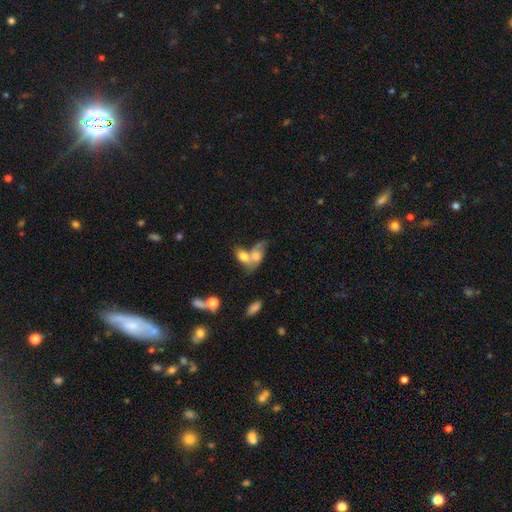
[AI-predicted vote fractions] Smooth or featured? Predicted: smooth (p=0.56). How rounded? Predicted: in between (p=0.77). Merging? Predicted: merger (p=0.70).